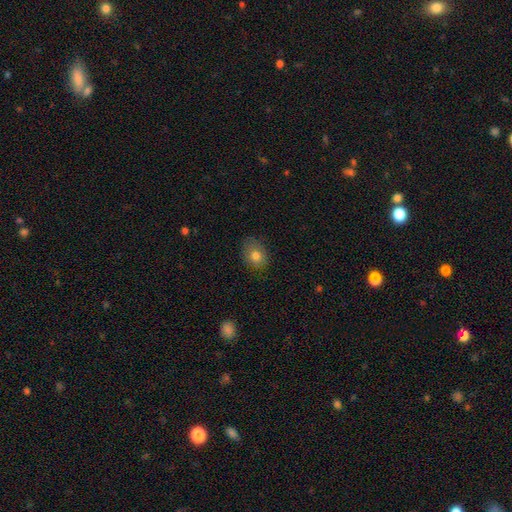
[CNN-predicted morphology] A smooth galaxy with no disk features (79%) that is in between round and cigar-shaped (53%).

Vote fractions:
- Smooth or featured? smooth: 79% / featured or disk: 11% / star or artifact: 10%
- How rounded? in between: 53% / round: 46% / cigar-shaped: 1%
- Merging? none: 78% / minor disturbance: 17% / major disturbance: 4% / merger: 1%